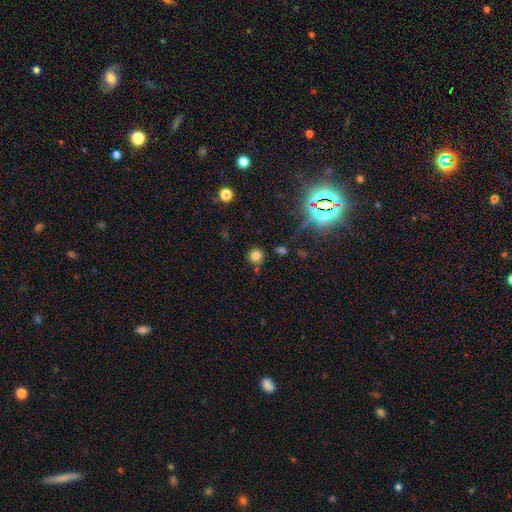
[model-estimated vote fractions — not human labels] This appears to be a smooth galaxy with no disk features (77%) that is round (92%). Merging: none (83%).